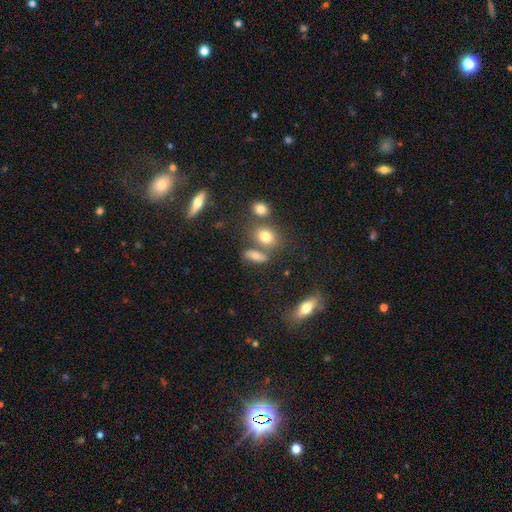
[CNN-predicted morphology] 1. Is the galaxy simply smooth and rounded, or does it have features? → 70% smooth, 17% featured or disk, 13% star or artifact.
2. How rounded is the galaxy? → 65% in between, 20% round, 15% cigar-shaped.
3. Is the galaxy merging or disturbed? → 59% none, 23% merger, 13% minor disturbance, 5% major disturbance.